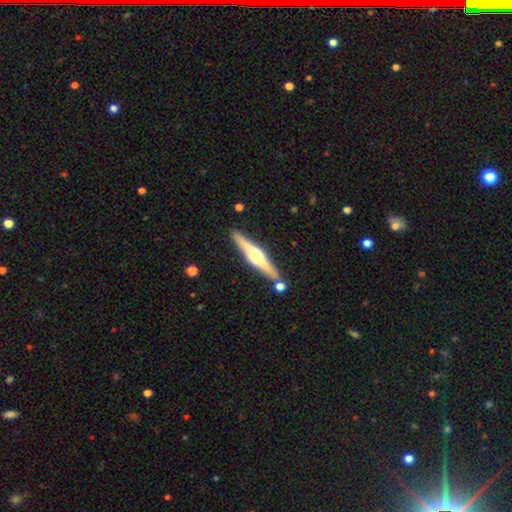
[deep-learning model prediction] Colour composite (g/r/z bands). It shows a featured or disk galaxy (72%) viewed edge-on (97%) with a rounded central bulge (90%). Merging: none (83%).